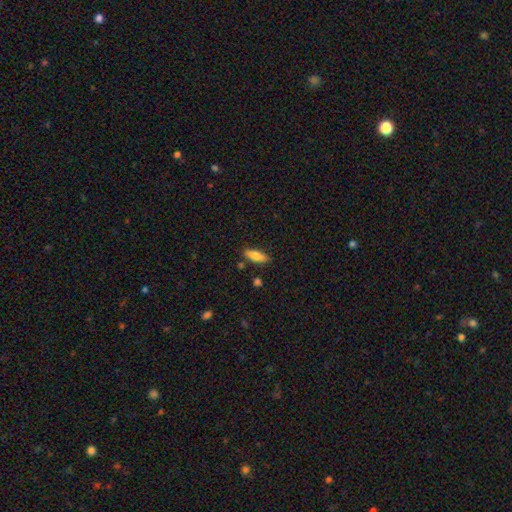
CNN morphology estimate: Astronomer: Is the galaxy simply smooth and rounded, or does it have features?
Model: smooth — 78%.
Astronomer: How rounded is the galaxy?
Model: in between — 58% (runner-up: cigar-shaped, 40%).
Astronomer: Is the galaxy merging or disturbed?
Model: none — 83%.